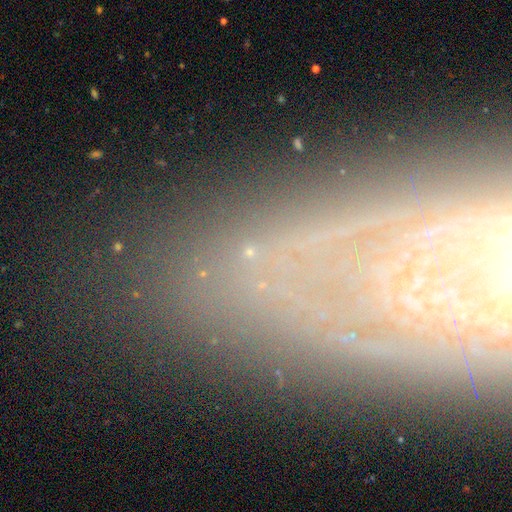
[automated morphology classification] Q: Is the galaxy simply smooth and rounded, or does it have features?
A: star or artifact — 46%.